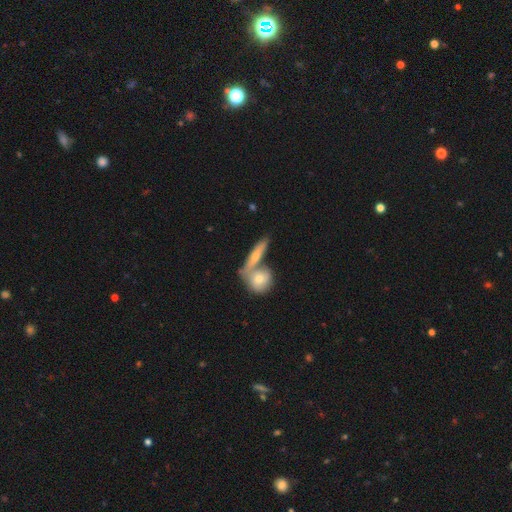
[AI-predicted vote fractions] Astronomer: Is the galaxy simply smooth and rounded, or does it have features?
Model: smooth — 59% (runner-up: featured or disk, 35%).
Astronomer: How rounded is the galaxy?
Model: cigar-shaped — 60%.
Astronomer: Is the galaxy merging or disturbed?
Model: none — 44% (runner-up: merger, 43%).